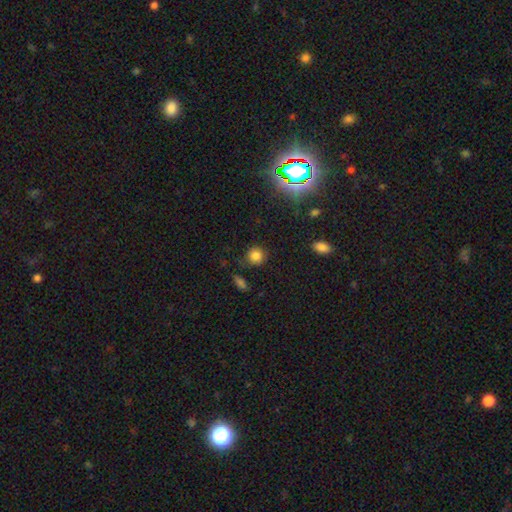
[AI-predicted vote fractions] smooth-or-featured: smooth: 81% | star or artifact: 13% | featured or disk: 5%
  how-rounded: round: 89% | in between: 10% | cigar-shaped: 1%
  merging: none: 81% | minor disturbance: 12% | major disturbance: 4% | merger: 3%